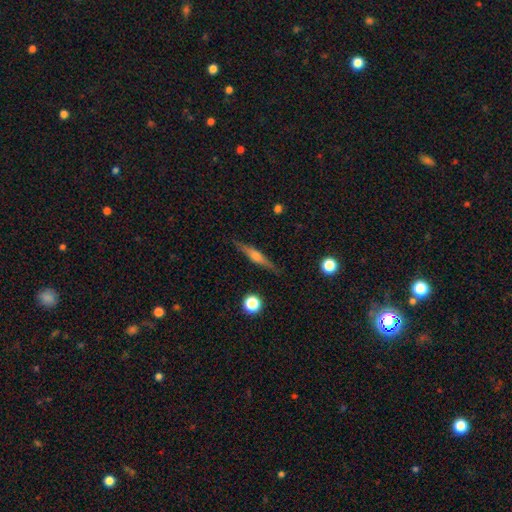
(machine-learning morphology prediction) smooth_or_featured: featured or disk (p=0.63) [alt: smooth p=0.30]
disk_edge_on: yes (p=0.97) [alt: no p=0.03]
edge_on_bulge: rounded (p=0.77) [alt: boxy p=0.14]
merging: none (p=0.88) [alt: minor disturbance p=0.09]